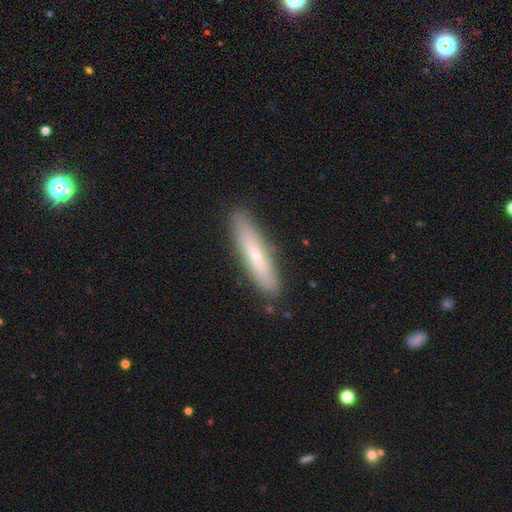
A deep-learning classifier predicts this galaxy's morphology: type=smooth (53%); roundness=cigar-shaped (82%); merging=none (86%).